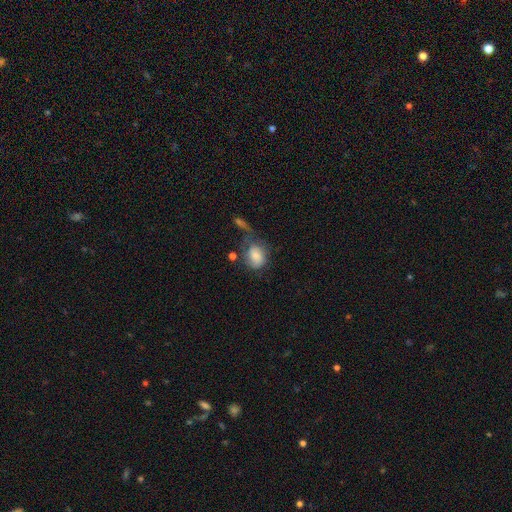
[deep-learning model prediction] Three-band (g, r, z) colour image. It shows a smooth galaxy with no disk features (73%) that is in between round and cigar-shaped (60%). Merging: none (31%).